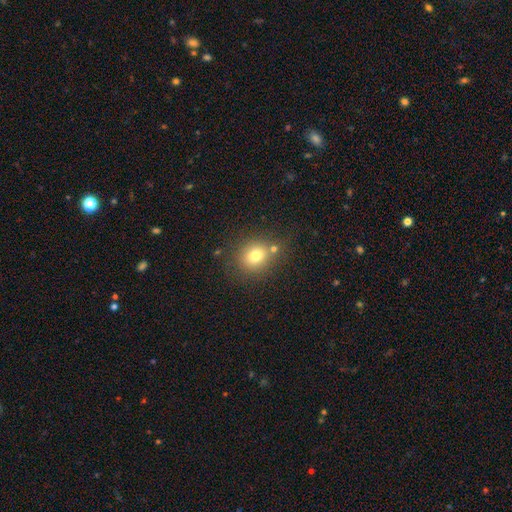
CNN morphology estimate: Q: Smooth or featured?
A: smooth (75%); runner-up: star or artifact (14%)
Q: How rounded?
A: round (71%); runner-up: in between (28%)
Q: Merging?
A: none (70%); runner-up: merger (14%)